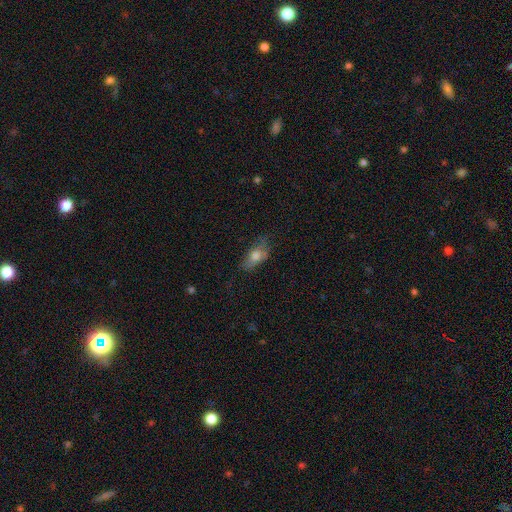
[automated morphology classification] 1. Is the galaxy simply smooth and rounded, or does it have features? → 68% smooth, 23% featured or disk, 9% star or artifact.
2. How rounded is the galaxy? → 82% in between, 11% cigar-shaped, 6% round.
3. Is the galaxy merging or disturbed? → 52% none, 31% minor disturbance, 15% major disturbance, 2% merger.